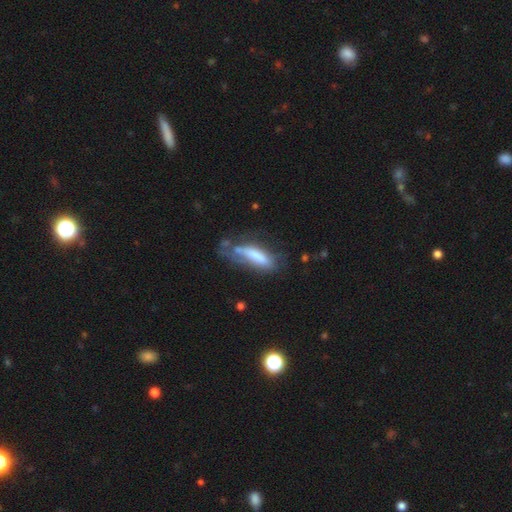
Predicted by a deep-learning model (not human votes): smooth-or-featured: smooth: 59% | featured or disk: 33% | star or artifact: 8%
  how-rounded: cigar-shaped: 60% | in between: 39% | round: 2%
  merging: none: 36% | minor disturbance: 28% | major disturbance: 27% | merger: 9%